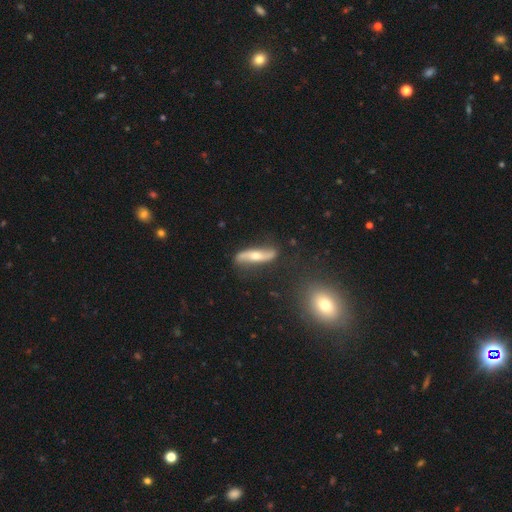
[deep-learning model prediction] The model was most divided on "edge-on disk": no: 68%, yes: 32%. More confident: merging — none (75%); smooth or featured — featured or disk (72%).